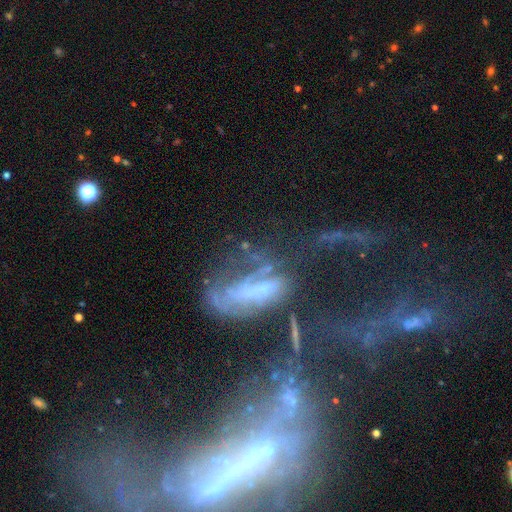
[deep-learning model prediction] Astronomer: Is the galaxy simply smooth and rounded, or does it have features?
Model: featured or disk — 56%.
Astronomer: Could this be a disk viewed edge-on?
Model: no — 85%.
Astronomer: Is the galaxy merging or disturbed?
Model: major disturbance — 36% (runner-up: merger, 26%).